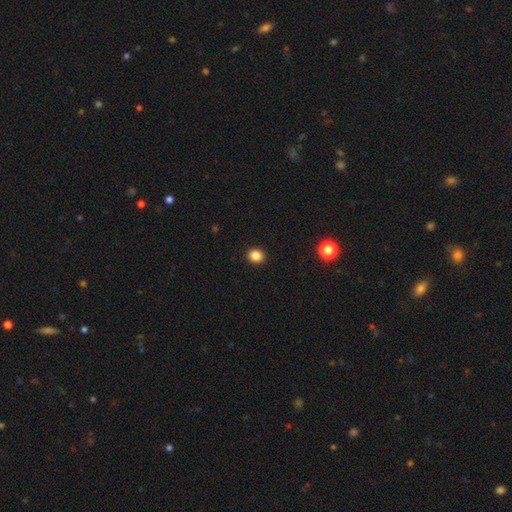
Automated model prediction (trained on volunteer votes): smooth_or_featured: smooth (p=0.85) [alt: star or artifact p=0.11]
how_rounded: round (p=0.81) [alt: in between p=0.18]
merging: none (p=0.93) [alt: minor disturbance p=0.04]